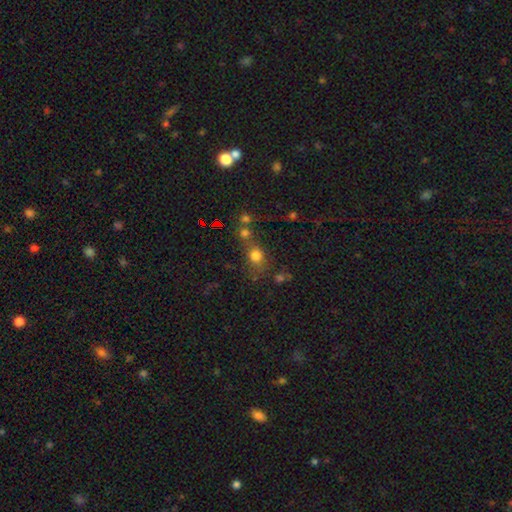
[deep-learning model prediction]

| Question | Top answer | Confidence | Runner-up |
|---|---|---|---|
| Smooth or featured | smooth | 70% | star or artifact (20%) |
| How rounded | round | 71% | in between (27%) |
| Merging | none | 55% | merger (25%) |